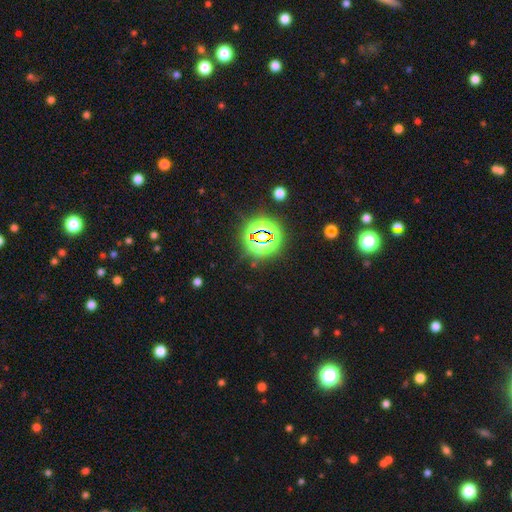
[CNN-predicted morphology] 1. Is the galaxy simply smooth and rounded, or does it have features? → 79% star or artifact, 14% smooth, 7% featured or disk.